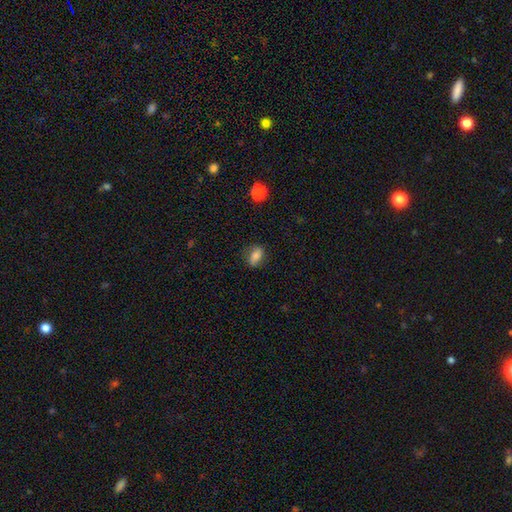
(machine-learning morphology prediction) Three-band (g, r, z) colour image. It shows a smooth galaxy with no disk features (75%) that is in between round and cigar-shaped (78%). Merging: none (74%).